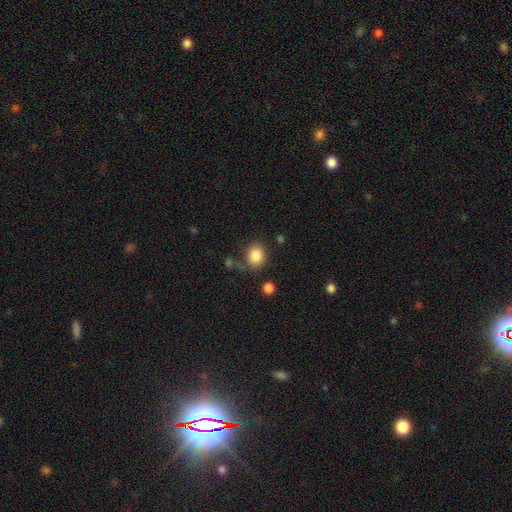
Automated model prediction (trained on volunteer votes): The model was most divided on "how rounded": round: 53%, in between: 46%, cigar-shaped: 1%. More confident: smooth or featured — smooth (85%); merging — none (72%).